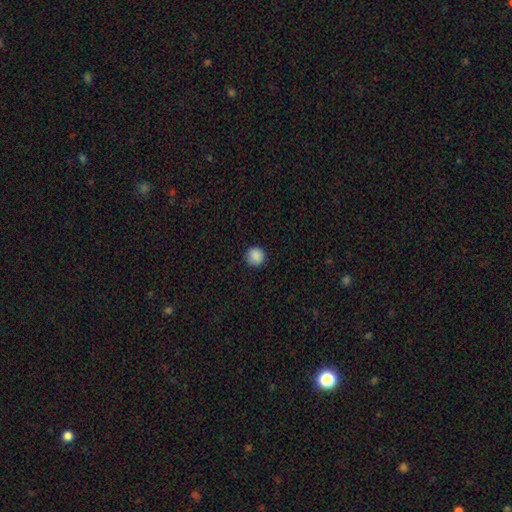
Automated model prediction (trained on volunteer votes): Overall: smooth (88%). How rounded: round (95%). Merging: none (91%).